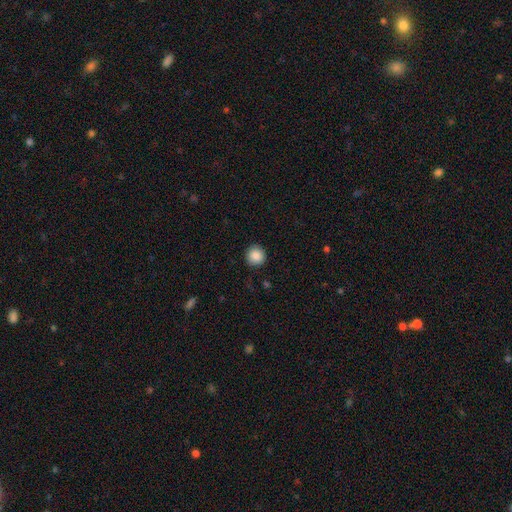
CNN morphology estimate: smooth 88%, star or artifact 9%, featured or disk 4%. Down the decision tree: how rounded — round (93%); merging — none (91%).